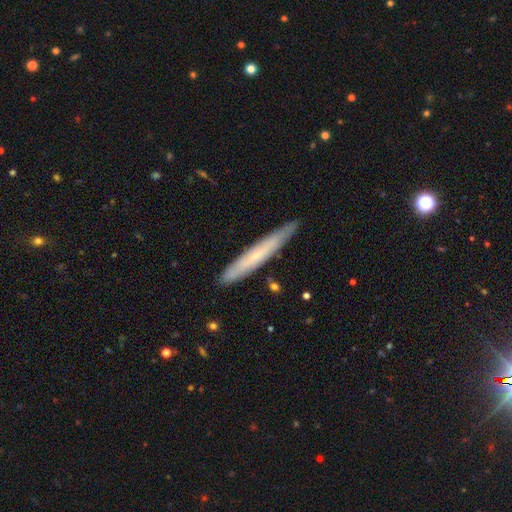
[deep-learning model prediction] The model was most divided on "smooth or featured": smooth: 48%, featured or disk: 46%, star or artifact: 6%. More confident: merging — none (86%).